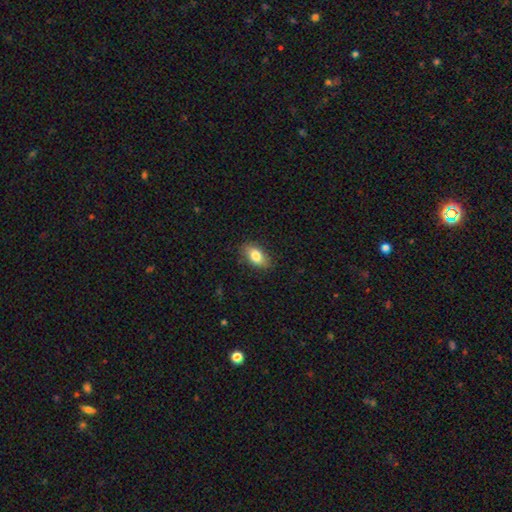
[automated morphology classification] type=smooth (82%); roundness=in between (89%); merging=none (83%).